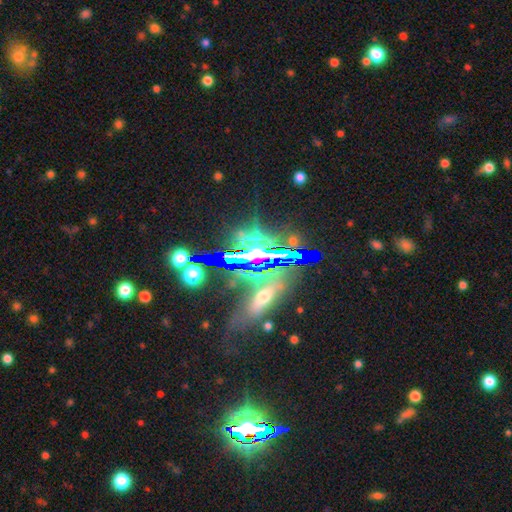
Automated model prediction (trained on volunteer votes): A star or artifact, not a galaxy (69%).